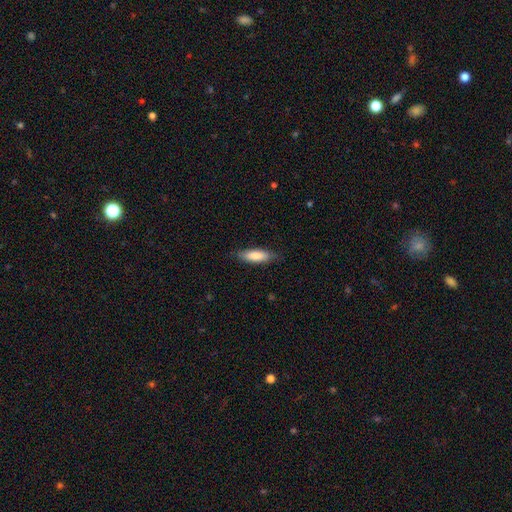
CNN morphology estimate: Smooth or featured? Predicted: smooth (p=0.81). How rounded? Predicted: in between (p=0.49, tied with cigar-shaped). Merging? Predicted: none (p=0.82).